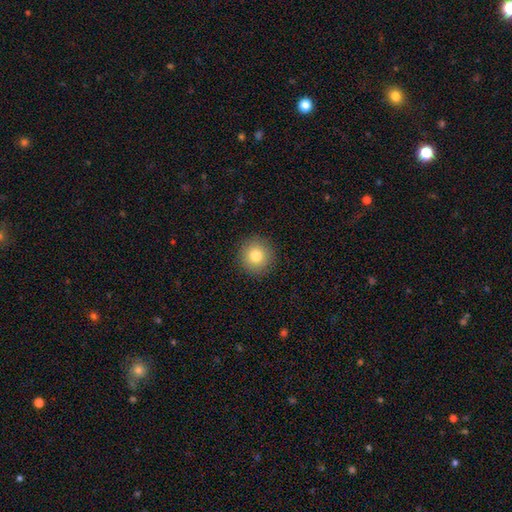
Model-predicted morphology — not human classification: Overall: smooth (81%). How rounded: round (94%). Merging: none (91%).